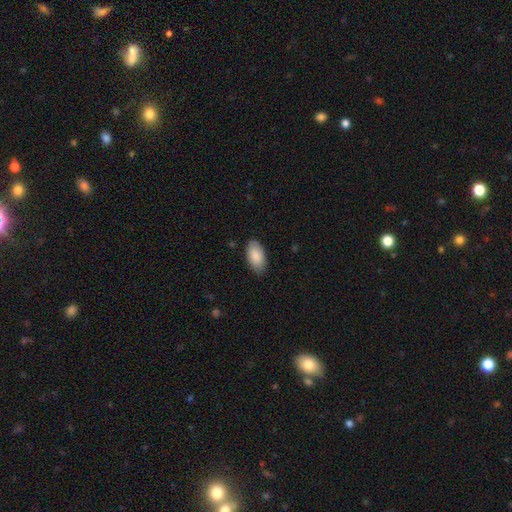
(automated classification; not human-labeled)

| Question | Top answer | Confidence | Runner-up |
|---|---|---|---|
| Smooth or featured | smooth | 88% | featured or disk (6%) |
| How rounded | in between | 95% | cigar-shaped (3%) |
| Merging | none | 83% | minor disturbance (13%) |